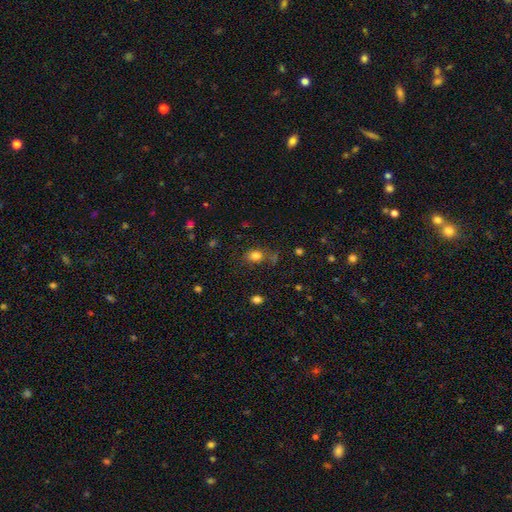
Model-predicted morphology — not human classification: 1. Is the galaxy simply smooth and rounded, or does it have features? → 80% smooth, 14% star or artifact, 7% featured or disk.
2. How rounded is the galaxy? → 56% in between, 42% round, 1% cigar-shaped.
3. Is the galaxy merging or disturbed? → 68% none, 19% minor disturbance, 7% major disturbance, 6% merger.